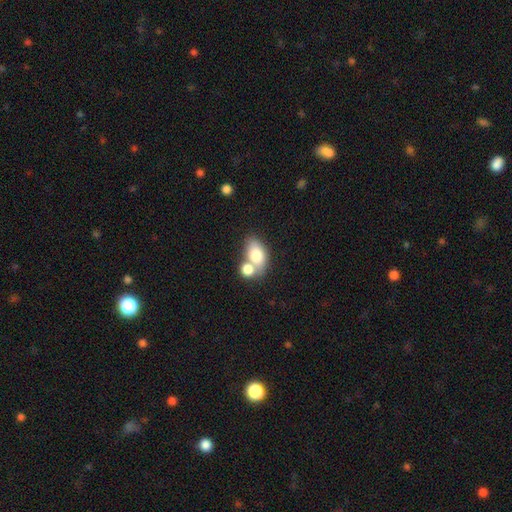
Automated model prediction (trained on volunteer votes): smooth-or-featured: smooth: 76% | featured or disk: 16% | star or artifact: 8%
  how-rounded: in between: 84% | round: 14% | cigar-shaped: 2%
  merging: merger: 51% | none: 34% | minor disturbance: 10% | major disturbance: 5%